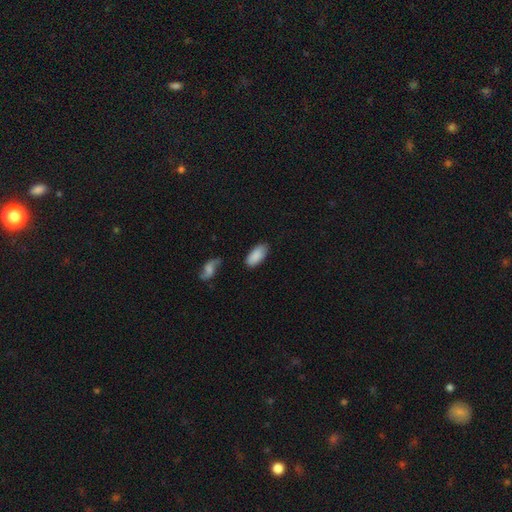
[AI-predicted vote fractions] The model was most divided on "merging": none: 77%, minor disturbance: 16%, merger: 4%, major disturbance: 4%. More confident: how rounded — in between (93%); smooth or featured — smooth (87%).